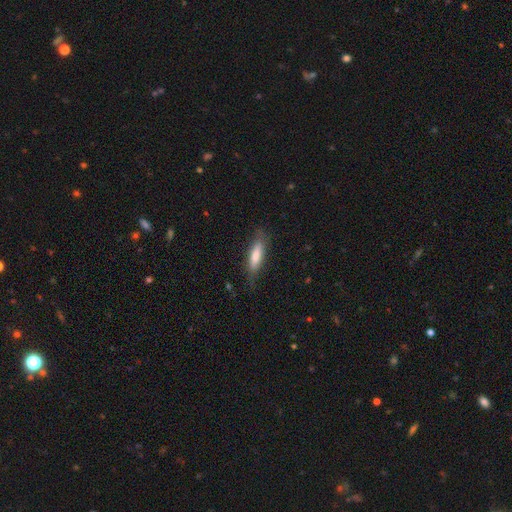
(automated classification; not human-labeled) smooth_or_featured: smooth (p=0.71) [alt: featured or disk p=0.23]
how_rounded: cigar-shaped (p=0.67) [alt: in between p=0.31]
merging: none (p=0.76) [alt: minor disturbance p=0.18]